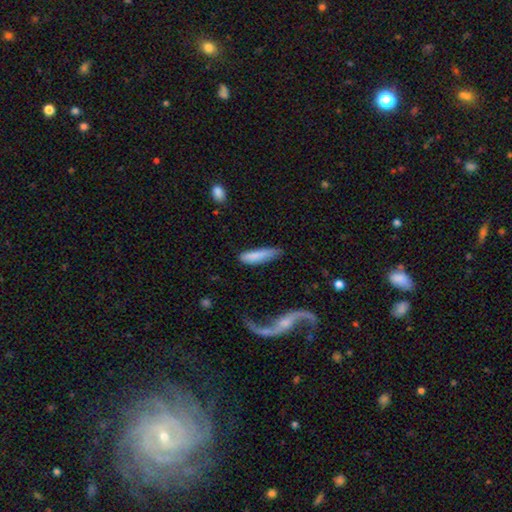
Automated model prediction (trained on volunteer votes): Overall: smooth (80%). How rounded: cigar-shaped (74%). Merging: none (58%; minor disturbance 28%).